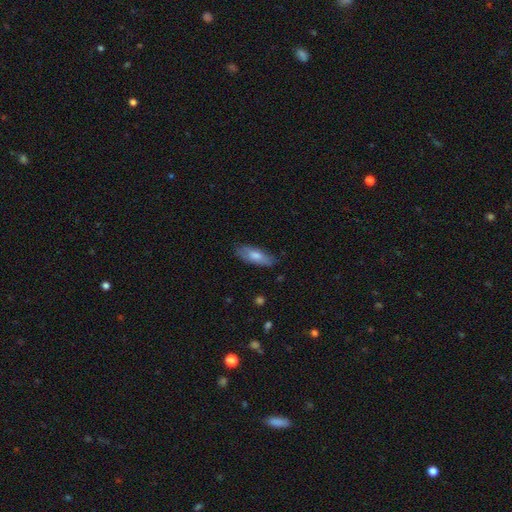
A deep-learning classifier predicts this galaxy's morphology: A smooth galaxy with no disk features (73%) that is in between round and cigar-shaped (67%). Merging: none (78%).